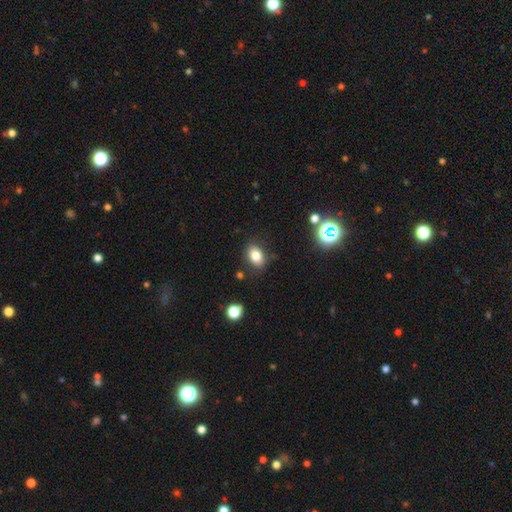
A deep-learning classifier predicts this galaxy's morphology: Smooth or featured? Predicted: smooth (p=0.80). How rounded? Predicted: in between (p=0.80). Merging? Predicted: none (p=0.83).